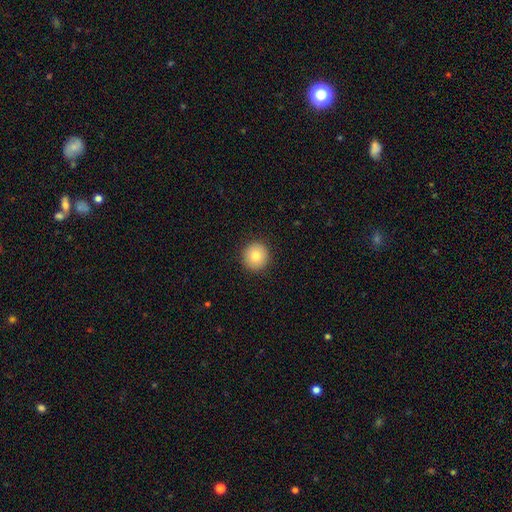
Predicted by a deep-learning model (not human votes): Overall: smooth (82%). How rounded: round (94%). Merging: none (92%).